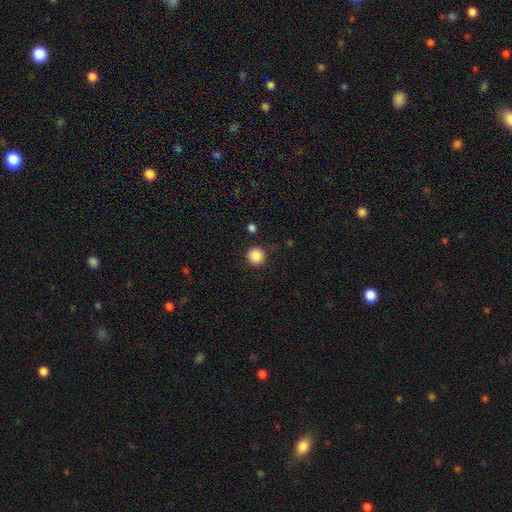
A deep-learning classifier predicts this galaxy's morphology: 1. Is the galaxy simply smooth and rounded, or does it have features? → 87% smooth, 10% star or artifact, 3% featured or disk.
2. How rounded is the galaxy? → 95% round, 4% in between, 1% cigar-shaped.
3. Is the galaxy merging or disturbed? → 88% none, 7% minor disturbance, 2% major disturbance, 2% merger.